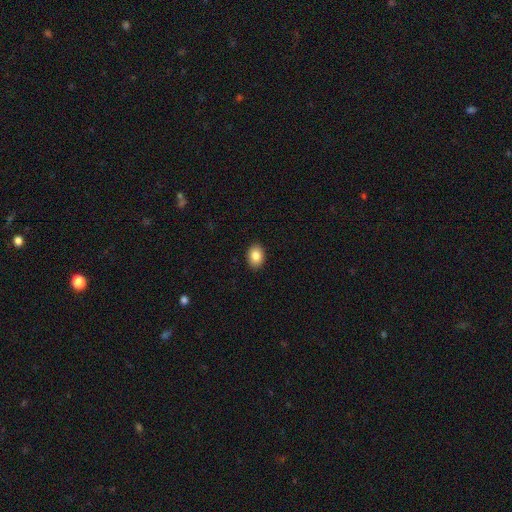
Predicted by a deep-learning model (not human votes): smooth-or-featured: smooth: 86% | star or artifact: 8% | featured or disk: 6%
  how-rounded: in between: 78% | round: 21% | cigar-shaped: 1%
  merging: none: 91% | minor disturbance: 7% | major disturbance: 2% | merger: 1%